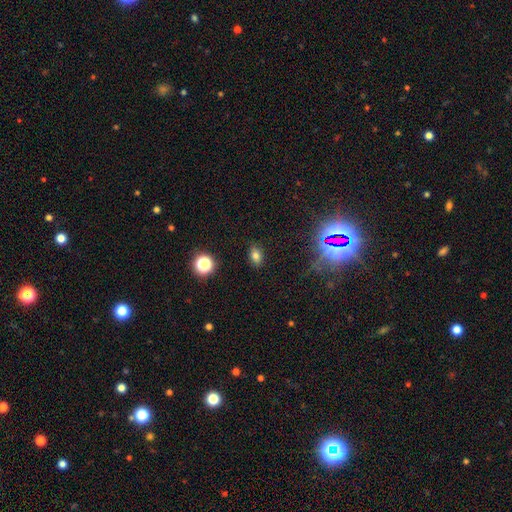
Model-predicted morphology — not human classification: smooth-or-featured: smooth: 74% | star or artifact: 18% | featured or disk: 8%
  how-rounded: in between: 80% | round: 18% | cigar-shaped: 2%
  merging: none: 86% | minor disturbance: 10% | major disturbance: 3% | merger: 1%